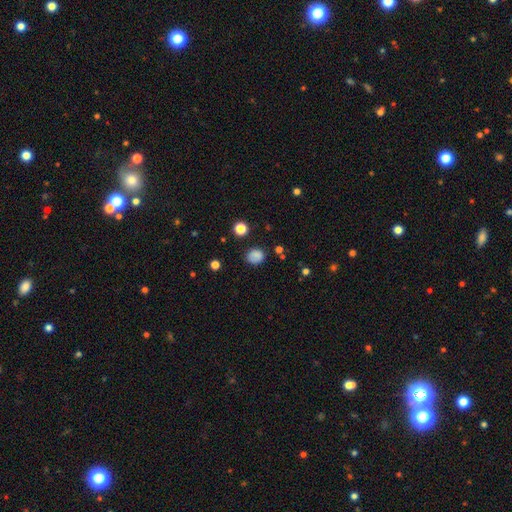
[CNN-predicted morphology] type=smooth (80%); roundness=round (70%); merging=none (77%).